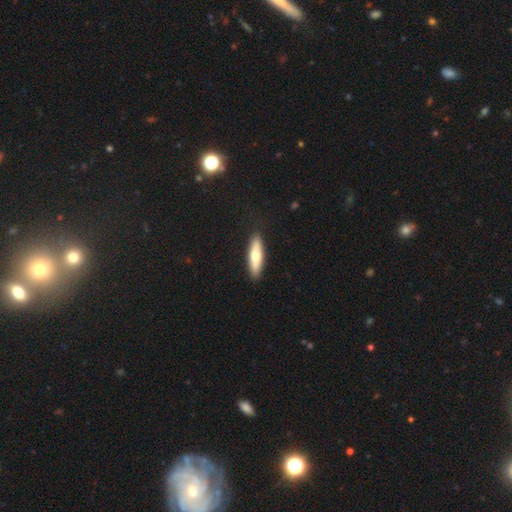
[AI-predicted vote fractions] Smooth or featured? Predicted: smooth (p=0.63). How rounded? Predicted: cigar-shaped (p=0.66). Merging? Predicted: none (p=0.90).